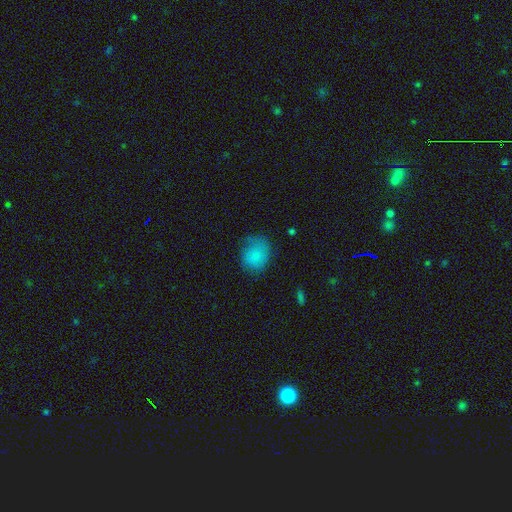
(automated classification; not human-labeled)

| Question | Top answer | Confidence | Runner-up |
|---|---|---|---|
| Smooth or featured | smooth | 80% | featured or disk (12%) |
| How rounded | round | 63% | in between (36%) |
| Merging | none | 57% | minor disturbance (30%) |